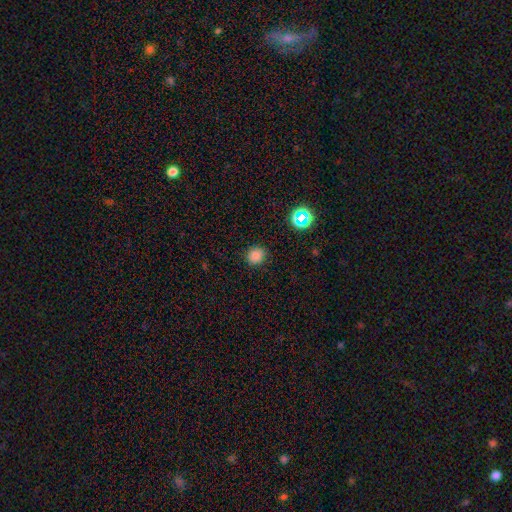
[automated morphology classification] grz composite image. It shows a smooth galaxy with no disk features (81%) that is round (86%). Merging: none (88%).